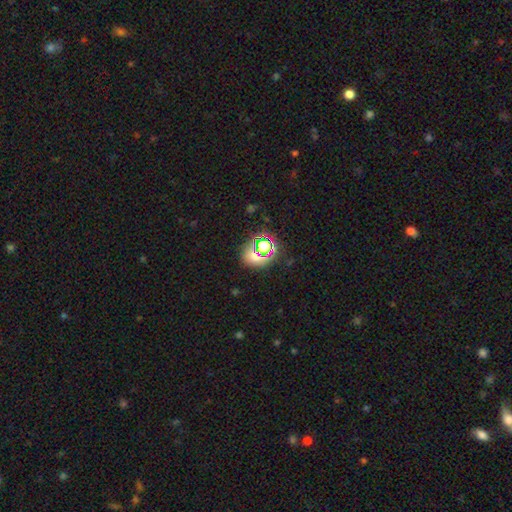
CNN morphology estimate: type=star or artifact (48%).